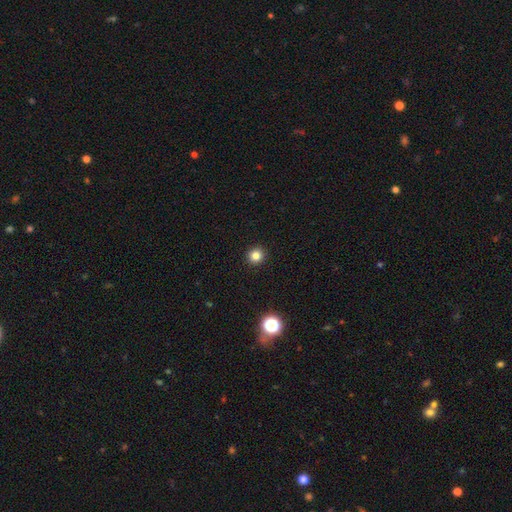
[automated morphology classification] This is clearly a smooth galaxy (82%). How rounded: clearly round (93%). Merging: clearly none (93%).